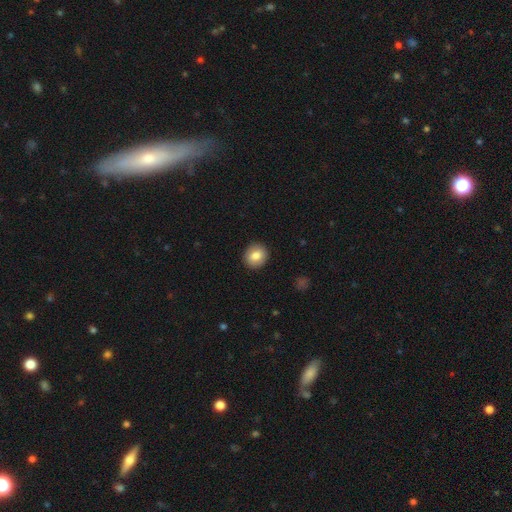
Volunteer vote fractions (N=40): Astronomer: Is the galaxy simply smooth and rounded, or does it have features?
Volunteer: smooth — 82%.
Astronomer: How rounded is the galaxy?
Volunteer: round — 64%.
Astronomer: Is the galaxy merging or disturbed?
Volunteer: none — 100%.